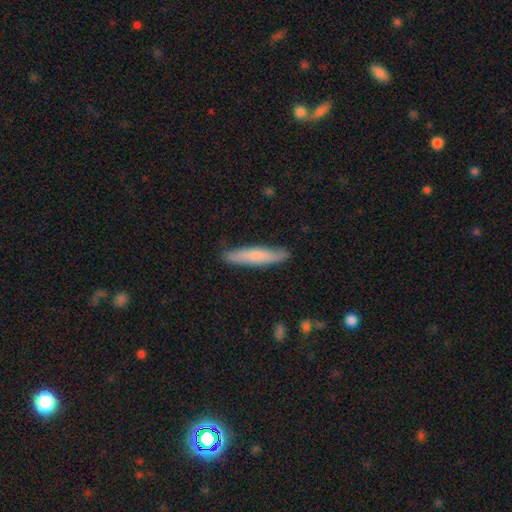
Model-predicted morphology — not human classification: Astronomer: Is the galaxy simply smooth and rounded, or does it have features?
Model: smooth — 70%.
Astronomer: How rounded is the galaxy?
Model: cigar-shaped — 89%.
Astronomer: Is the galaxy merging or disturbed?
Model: none — 86%.